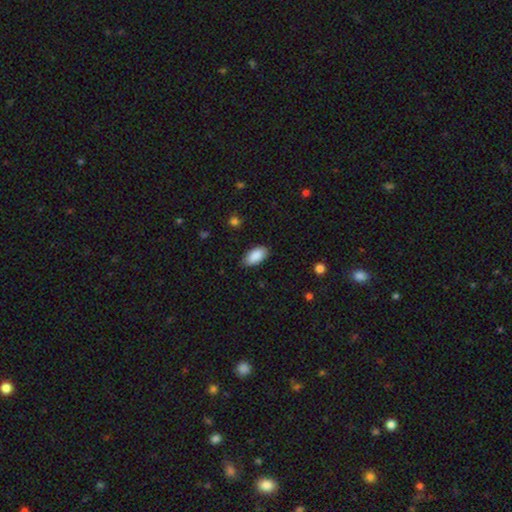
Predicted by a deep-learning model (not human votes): Smooth or featured?
  - smooth: 89% *
  - star or artifact: 6%
  - featured or disk: 4%
How rounded?
  - in between: 94% *
  - cigar-shaped: 3%
  - round: 2%
Merging?
  - none: 84% *
  - minor disturbance: 13%
  - major disturbance: 2%
  - merger: 1%